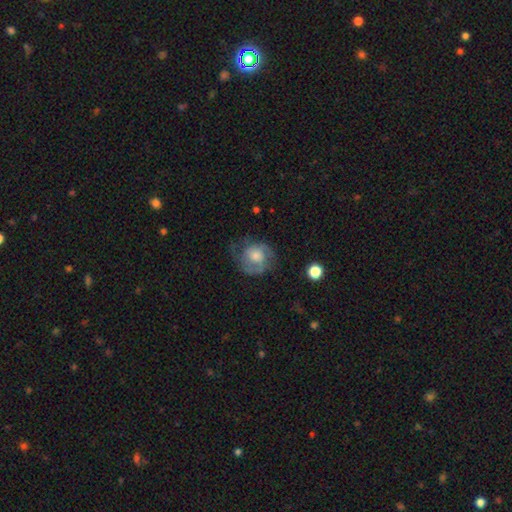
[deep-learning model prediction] Smooth or featured? Predicted: featured or disk (p=0.61). Edge-on disk? Predicted: no (p=0.97). Bar? Predicted: no (p=0.72). Spiral arms? Predicted: yes (p=0.85). Spiral winding? Predicted: medium (p=0.42, tied with tight). Spiral arm count? Predicted: 2 (p=0.59). Bulge size? Predicted: moderate (p=0.51). Merging? Predicted: none (p=0.63).